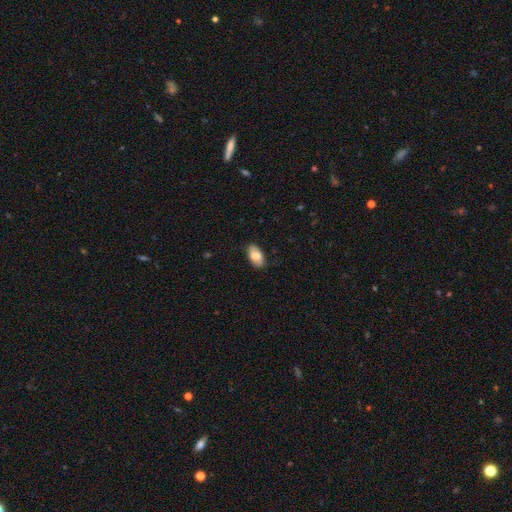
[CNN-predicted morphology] Smooth or featured?
  - smooth: 77% *
  - featured or disk: 17%
  - star or artifact: 6%
How rounded?
  - in between: 94% *
  - round: 4%
  - cigar-shaped: 2%
Merging?
  - none: 84% *
  - minor disturbance: 13%
  - major disturbance: 2%
  - merger: 1%